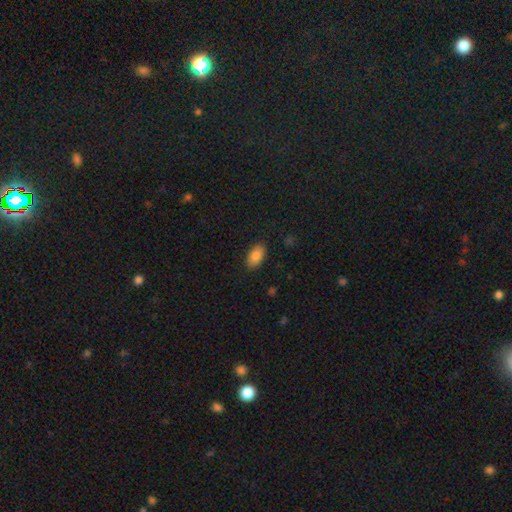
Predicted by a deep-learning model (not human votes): smooth-or-featured: smooth: 86% | star or artifact: 7% | featured or disk: 7%
  how-rounded: in between: 93% | round: 4% | cigar-shaped: 3%
  merging: none: 87% | minor disturbance: 10% | major disturbance: 2% | merger: 1%